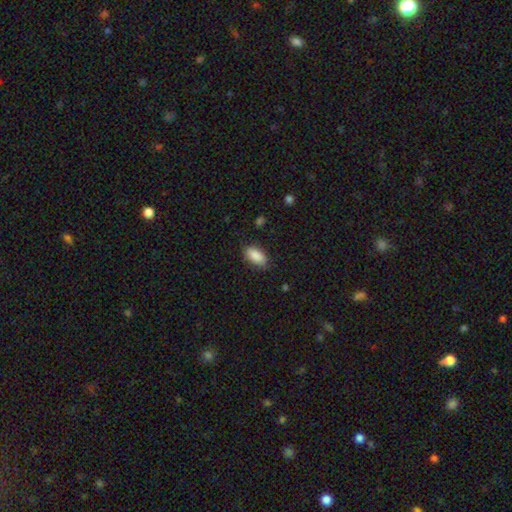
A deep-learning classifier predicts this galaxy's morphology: A smooth galaxy with no disk features (88%) that is in between round and cigar-shaped (92%). Merging: none (81%).